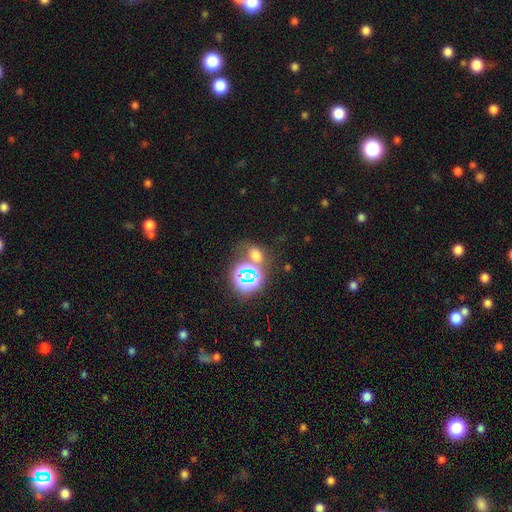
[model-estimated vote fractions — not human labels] Smooth or featured? Predicted: smooth (p=0.50). Merging? Predicted: none (p=0.58).